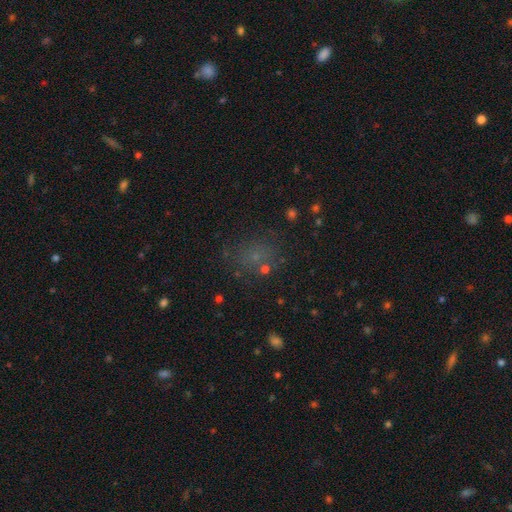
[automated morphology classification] Smooth or featured? smooth (51%)
How rounded? round (63%)
Merging? none (67%)